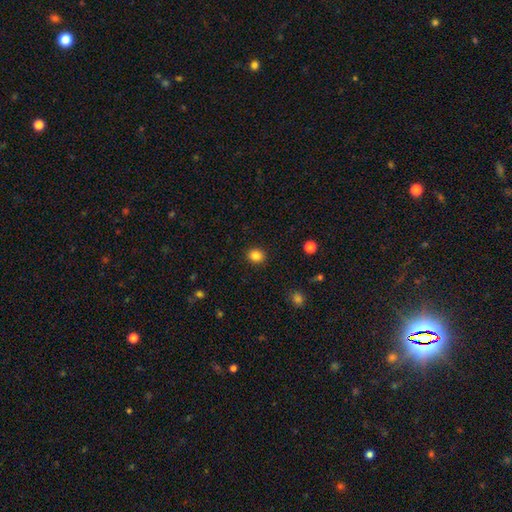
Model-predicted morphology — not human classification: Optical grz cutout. It shows a smooth galaxy with no disk features (85%) that is round (71%). Merging: none (90%).